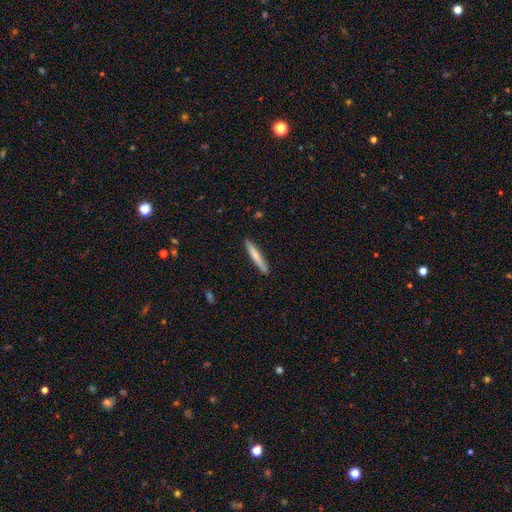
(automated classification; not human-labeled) Smooth or featured? smooth (71%)
How rounded? cigar-shaped (94%)
Merging? none (89%)